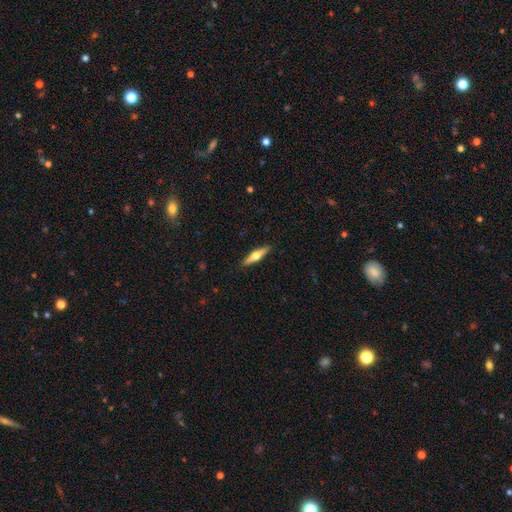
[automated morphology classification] A featured or disk galaxy (60%) viewed edge-on (96%) with a rounded central bulge (95%). Merging: none (91%).